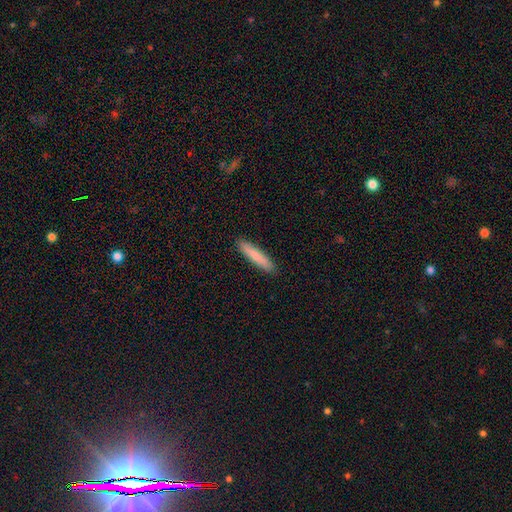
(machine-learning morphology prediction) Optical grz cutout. It shows a smooth galaxy with no disk features (83%) that is cigar-shaped (91%). Merging: none (91%).